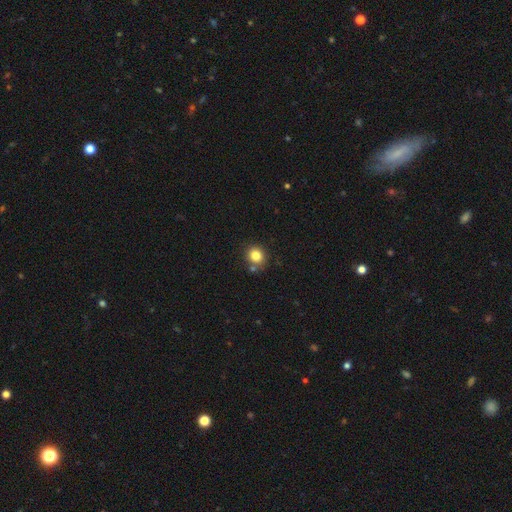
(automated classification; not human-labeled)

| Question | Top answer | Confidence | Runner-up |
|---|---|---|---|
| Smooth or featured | smooth | 83% | star or artifact (11%) |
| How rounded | round | 79% | in between (20%) |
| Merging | none | 75% | minor disturbance (12%) |